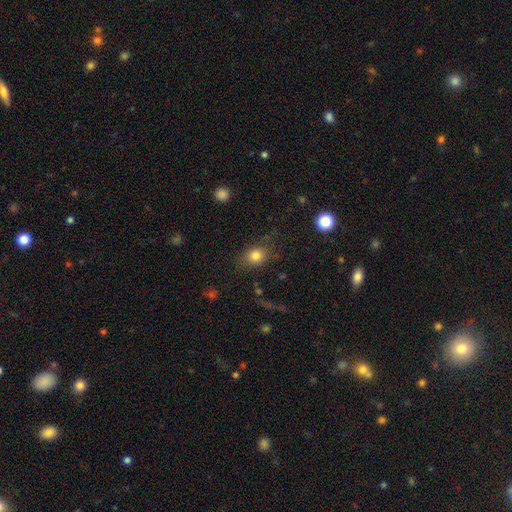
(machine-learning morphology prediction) Smooth or featured: smooth — 80% (star or artifact — 11%)
How rounded: round — 56% (in between — 42%)
Merging: none — 75% (minor disturbance — 15%)